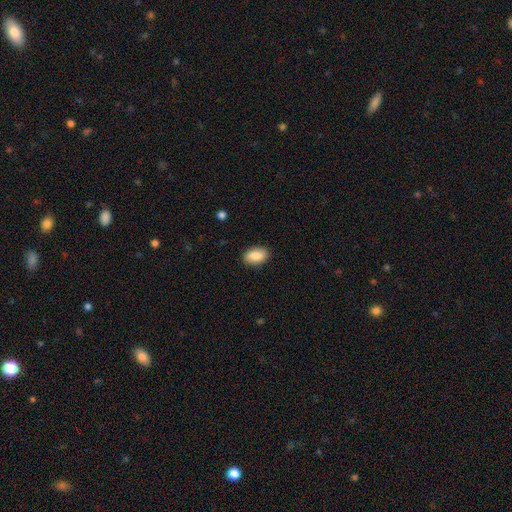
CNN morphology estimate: The model was most divided on "merging": none: 88%, minor disturbance: 9%, major disturbance: 2%, merger: 1%. More confident: how rounded — in between (92%); smooth or featured — smooth (87%).